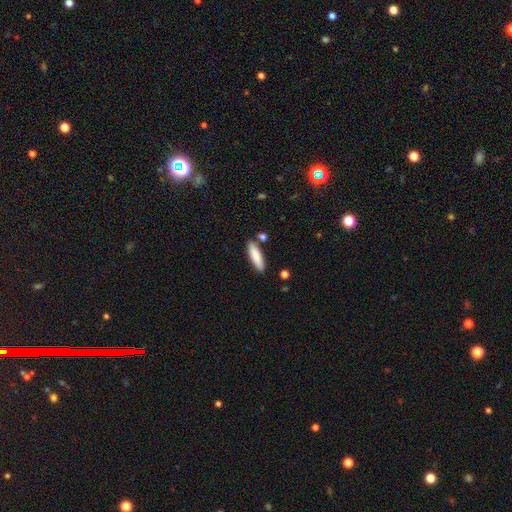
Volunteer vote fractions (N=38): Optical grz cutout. It shows a smooth galaxy with no disk features (92%) that is cigar-shaped (66%). Merging: none (80%).